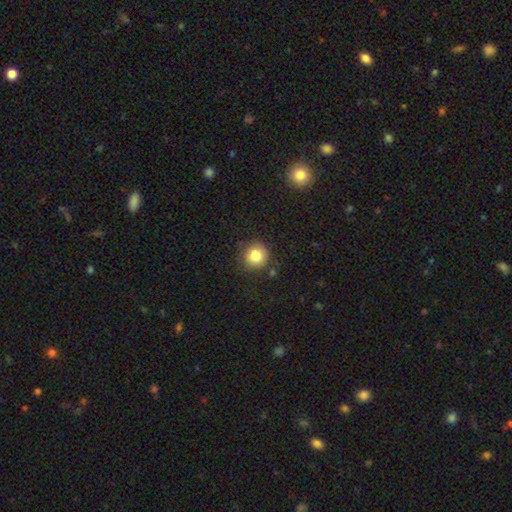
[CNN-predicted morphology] smooth 83%, star or artifact 10%, featured or disk 7%. Down the decision tree: how rounded — round (93%); merging — none (85%).